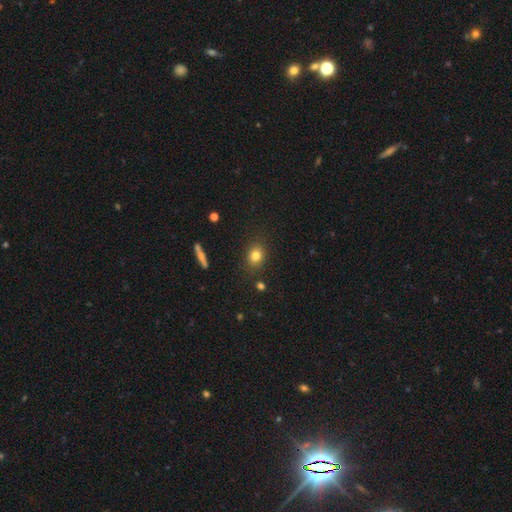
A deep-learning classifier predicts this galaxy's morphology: Smooth or featured? smooth (80%)
How rounded? round (54%)
Merging? none (85%)